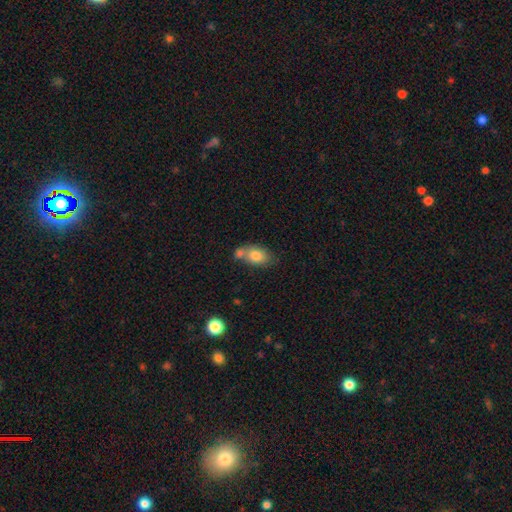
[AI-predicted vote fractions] This is likely a smooth galaxy (78%). How rounded: likely in between (80%). Merging: marginally none (42%).